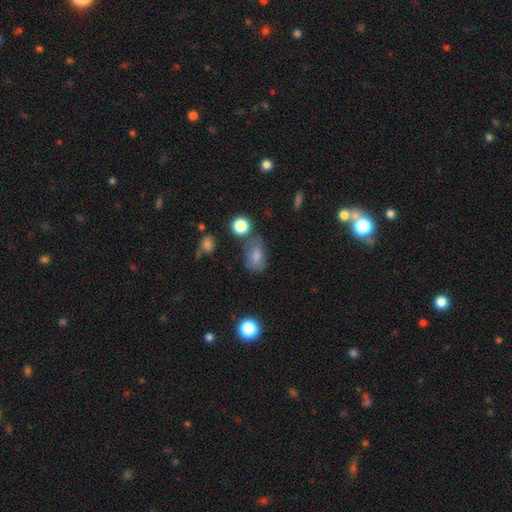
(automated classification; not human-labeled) smooth_or_featured: smooth (p=0.74) [alt: featured or disk p=0.15]
how_rounded: in between (p=0.84) [alt: round p=0.14]
merging: none (p=0.50) [alt: minor disturbance p=0.27]